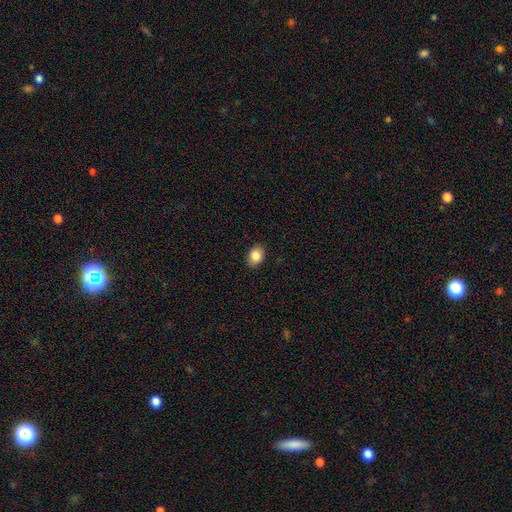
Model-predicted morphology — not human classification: Overall: smooth (85%). How rounded: in between (68%; round 31%). Merging: none (89%).